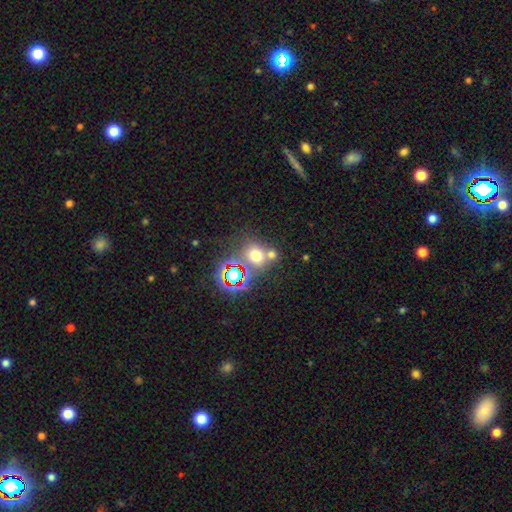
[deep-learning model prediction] Q: Smooth or featured?
A: smooth (59%); runner-up: star or artifact (29%)
Q: How rounded?
A: round (76%); runner-up: in between (23%)
Q: Merging?
A: none (54%); runner-up: merger (30%)